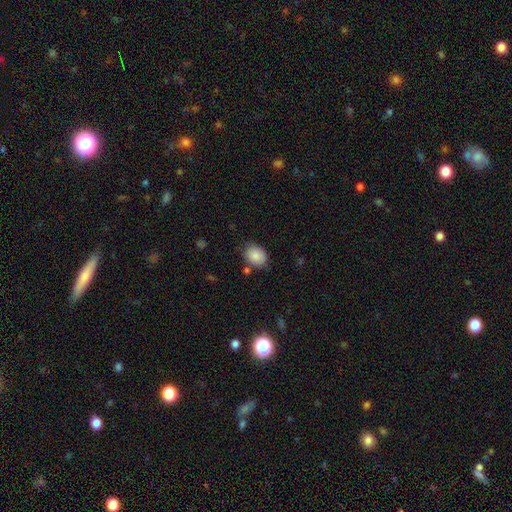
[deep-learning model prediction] A smooth galaxy with no disk features (87%) that is in between round and cigar-shaped (65%). Merging: none (75%).